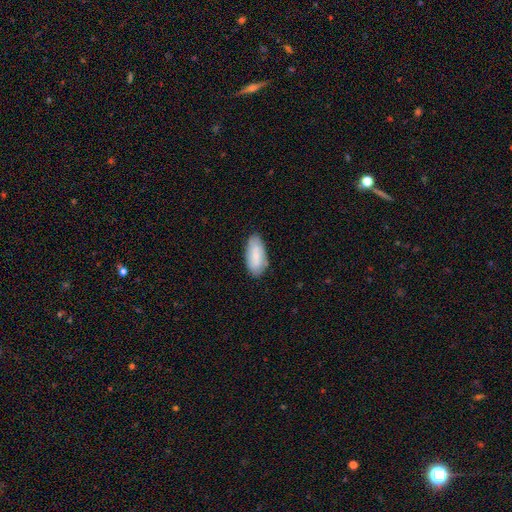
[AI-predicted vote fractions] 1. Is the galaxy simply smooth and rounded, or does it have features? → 80% smooth, 14% featured or disk, 6% star or artifact.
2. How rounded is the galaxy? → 91% in between, 7% cigar-shaped, 2% round.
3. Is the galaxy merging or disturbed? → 80% none, 16% minor disturbance, 3% major disturbance, 1% merger.